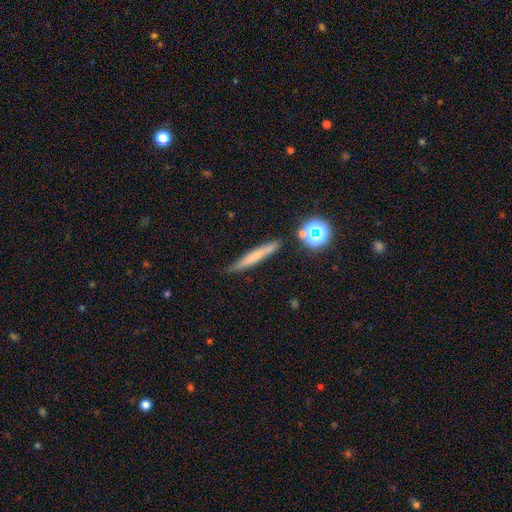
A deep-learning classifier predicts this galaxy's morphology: smooth-or-featured: smooth: 60% | featured or disk: 27% | star or artifact: 13%
  how-rounded: cigar-shaped: 92% | in between: 4% | round: 4%
  merging: none: 82% | minor disturbance: 12% | merger: 3% | major disturbance: 3%